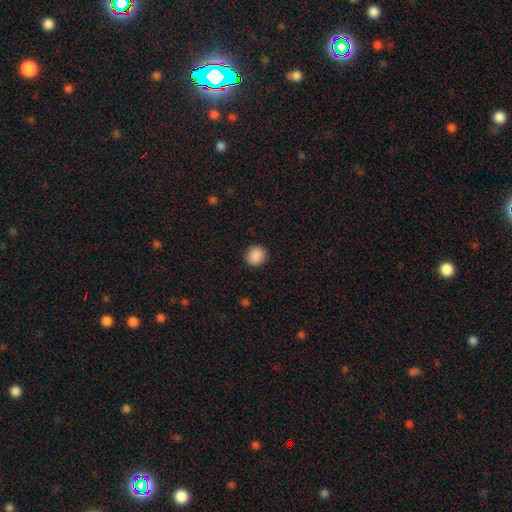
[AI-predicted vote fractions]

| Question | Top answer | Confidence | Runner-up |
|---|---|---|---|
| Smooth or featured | smooth | 89% | star or artifact (8%) |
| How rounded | round | 89% | in between (10%) |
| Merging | none | 91% | minor disturbance (6%) |